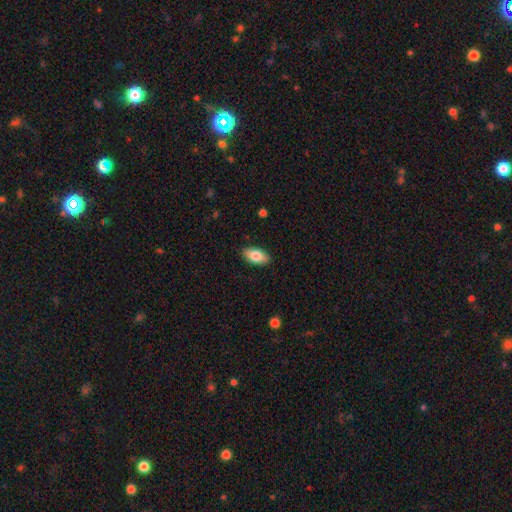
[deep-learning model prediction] This is clearly a smooth galaxy (82%). How rounded: clearly in between (93%). Merging: clearly none (89%).